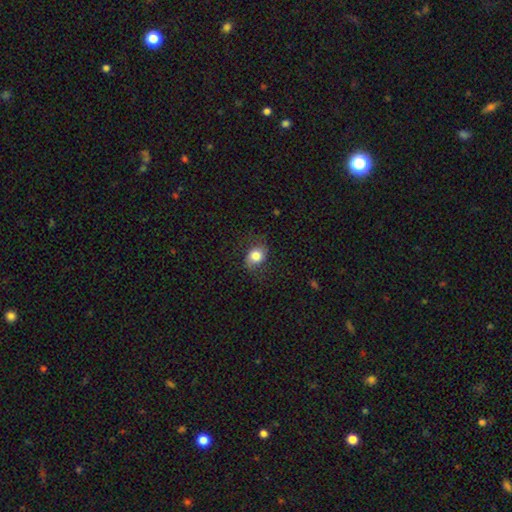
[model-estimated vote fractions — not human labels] Smooth or featured? smooth (76%)
How rounded? in between (54%)
Merging? none (67%)